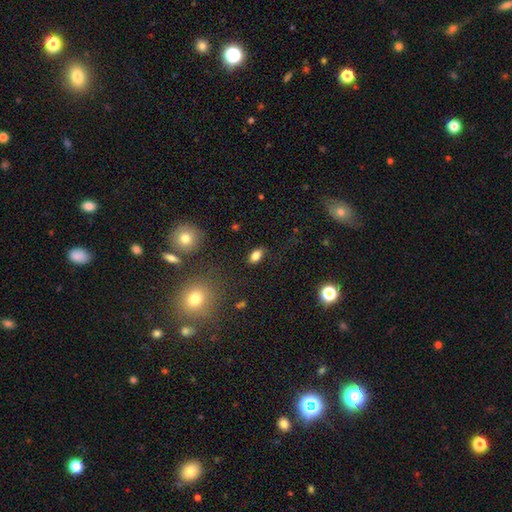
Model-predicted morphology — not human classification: Overall: smooth (81%). How rounded: in between (87%). Merging: none (81%).